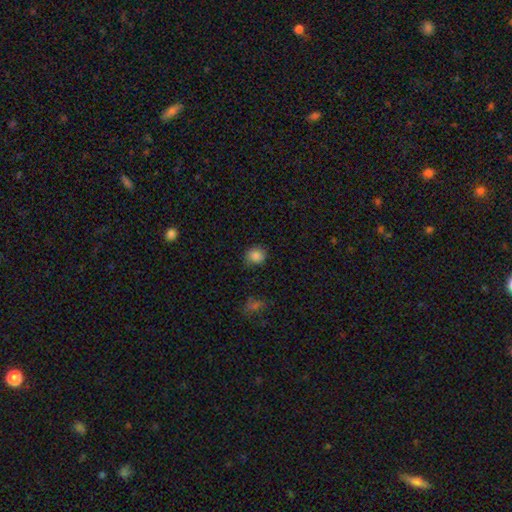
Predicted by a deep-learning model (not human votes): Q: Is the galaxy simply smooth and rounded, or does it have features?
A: smooth — 85%.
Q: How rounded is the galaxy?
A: round — 77%.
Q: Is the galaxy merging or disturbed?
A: none — 80%.